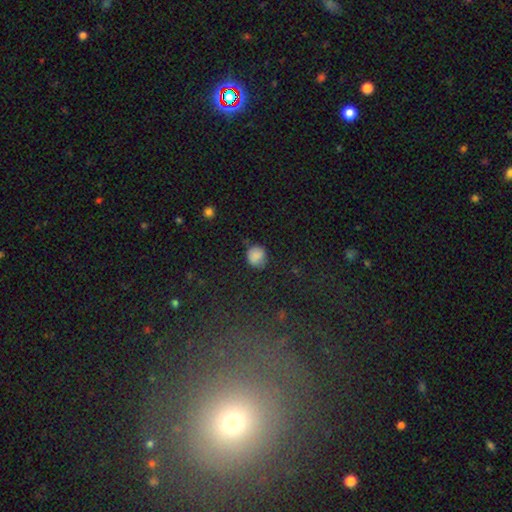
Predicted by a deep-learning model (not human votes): smooth_or_featured: smooth (p=0.81) [alt: star or artifact p=0.11]
how_rounded: round (p=0.80) [alt: in between p=0.19]
merging: none (p=0.73) [alt: minor disturbance p=0.20]